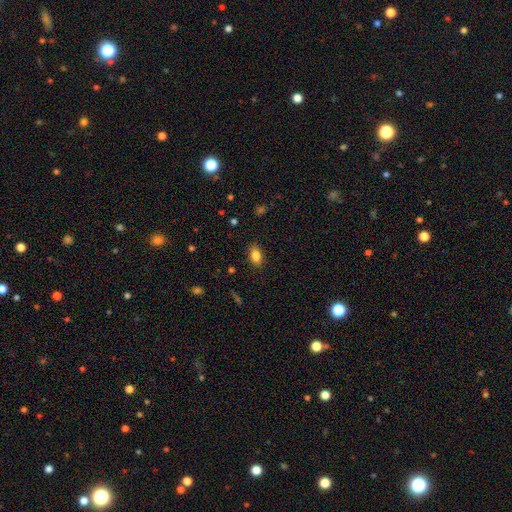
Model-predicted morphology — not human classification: This appears to be a smooth galaxy with no disk features (84%) that is in between round and cigar-shaped (87%). Merging: none (86%).